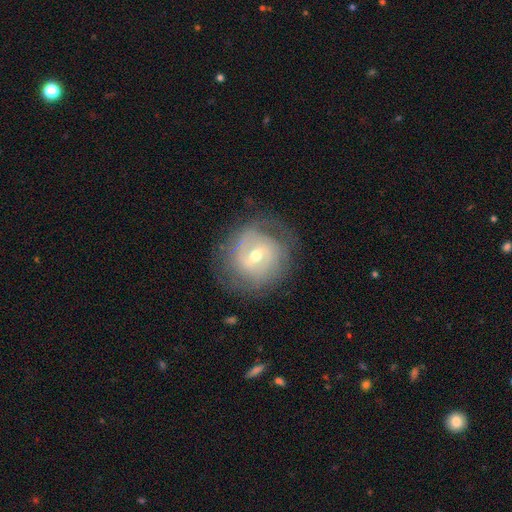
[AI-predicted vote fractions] smooth_or_featured: featured or disk (p=0.72) [alt: smooth p=0.21]
disk_edge_on: no (p=0.96) [alt: yes p=0.04]
bar: weak (p=0.53) [alt: no p=0.25]
has_spiral_arms: yes (p=0.78) [alt: no p=0.22]
spiral_winding: tight (p=0.56) [alt: medium p=0.31]
spiral_arm_count: 2 (p=0.43) [alt: can't tell p=0.38]
bulge_size: moderate (p=0.58) [alt: small p=0.37]
merging: none (p=0.73) [alt: minor disturbance p=0.17]